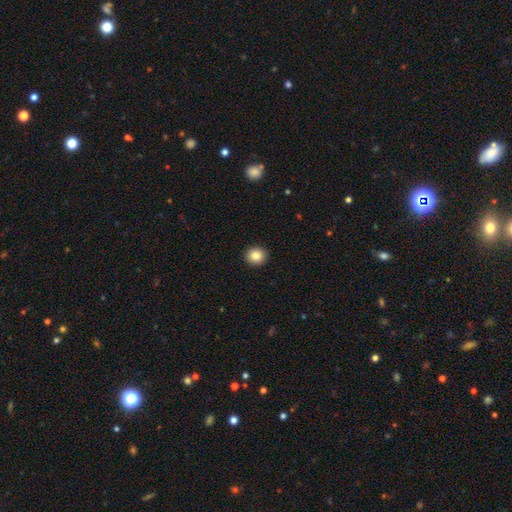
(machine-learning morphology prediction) smooth 85%, star or artifact 10%, featured or disk 5%. Down the decision tree: how rounded — round (84%); merging — none (93%).